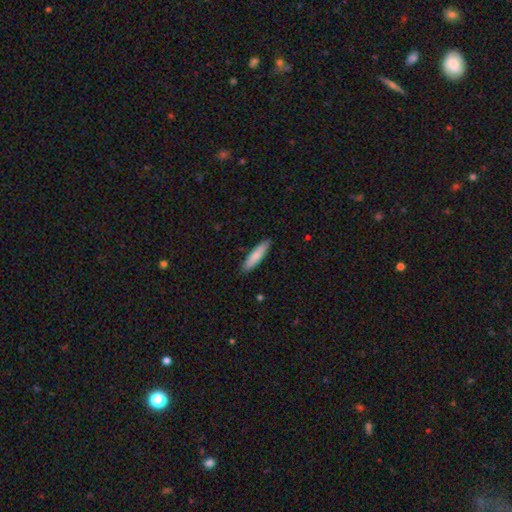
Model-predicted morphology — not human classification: Smooth or featured? smooth (83%)
How rounded? cigar-shaped (76%)
Merging? none (89%)